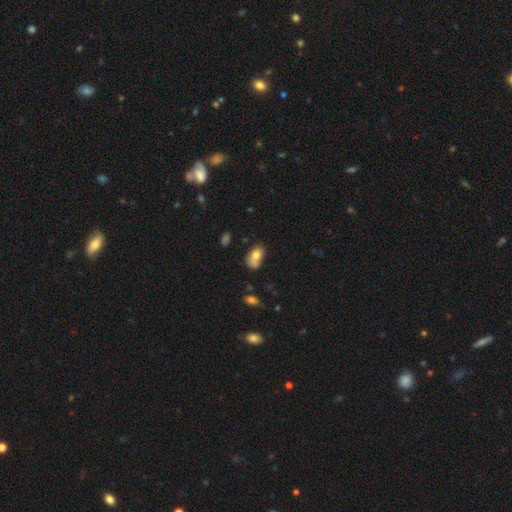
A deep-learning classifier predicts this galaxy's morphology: This is likely a smooth galaxy (73%). How rounded: clearly in between (83%). Merging: marginally none (36%).